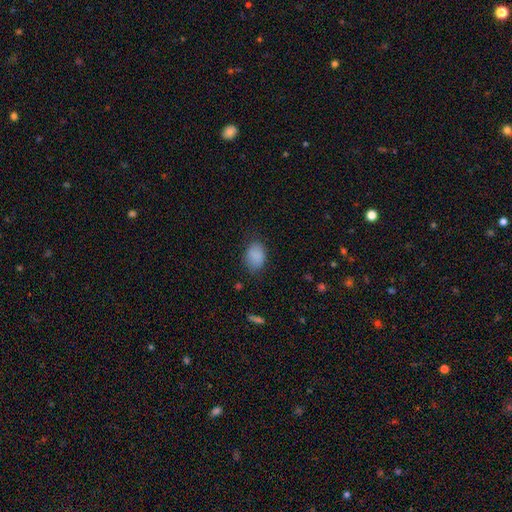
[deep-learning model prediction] Smooth or featured? smooth (87%)
How rounded? in between (71%)
Merging? none (74%)